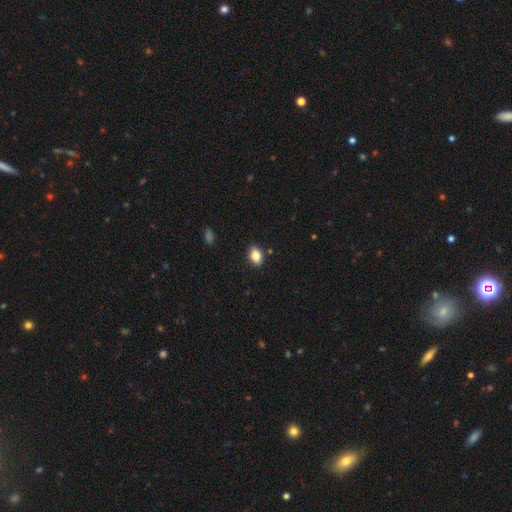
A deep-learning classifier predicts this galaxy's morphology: A smooth galaxy with no disk features (83%) that is in between round and cigar-shaped (83%).

Vote fractions:
- Smooth or featured? smooth: 83% / star or artifact: 9% / featured or disk: 8%
- How rounded? in between: 83% / round: 15% / cigar-shaped: 2%
- Merging? none: 87% / minor disturbance: 9% / major disturbance: 2% / merger: 1%